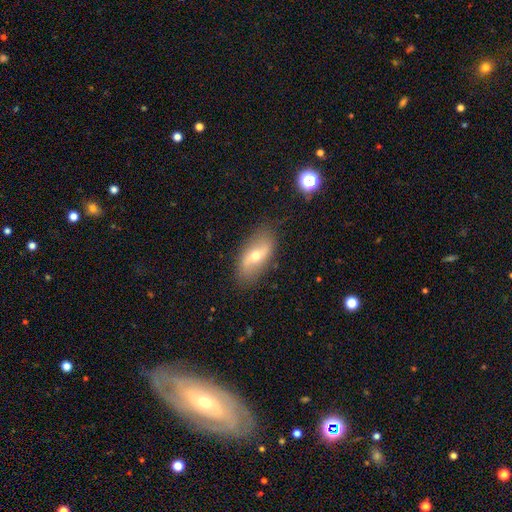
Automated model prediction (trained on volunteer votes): Morphology: type=featured or disk (60%); edge-on=no (86%); bar=weak (38%); spiral arms=yes (69%); bulge=moderate (61%); merging=none (82%).